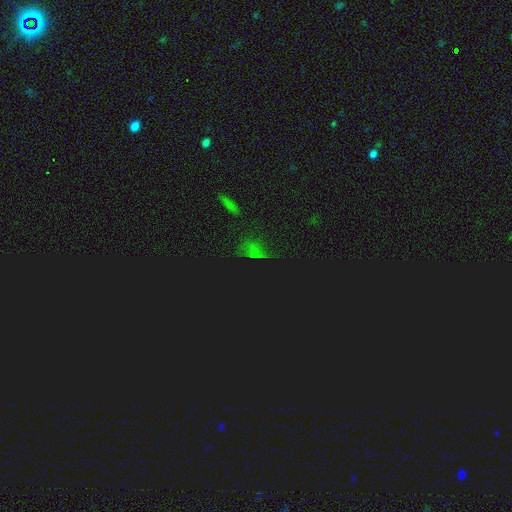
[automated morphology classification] smooth_or_featured: star or artifact (p=0.72) [alt: smooth p=0.21]